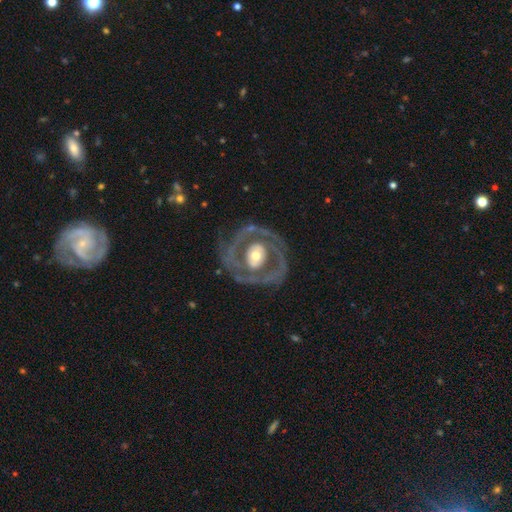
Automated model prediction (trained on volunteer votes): smooth_or_featured: featured or disk (p=0.82) [alt: smooth p=0.14]
disk_edge_on: no (p=0.97) [alt: yes p=0.03]
bar: no (p=0.62) [alt: weak p=0.24]
has_spiral_arms: yes (p=0.71) [alt: no p=0.29]
spiral_winding: tight (p=0.50) [alt: medium p=0.36]
spiral_arm_count: 2 (p=0.69) [alt: can't tell p=0.13]
bulge_size: moderate (p=0.66) [alt: large p=0.18]
merging: none (p=0.73) [alt: minor disturbance p=0.14]